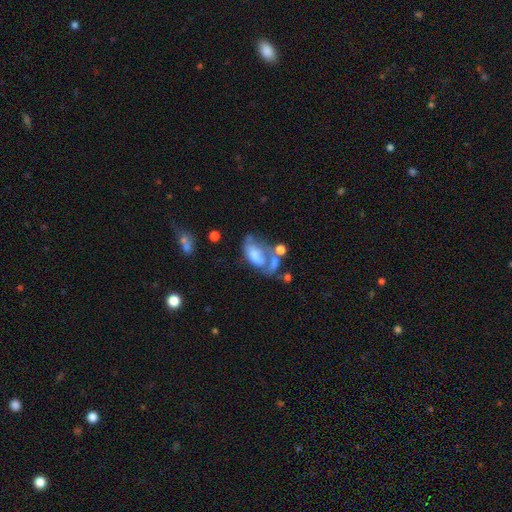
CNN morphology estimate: type=smooth (50%); merging=major disturbance (33%).